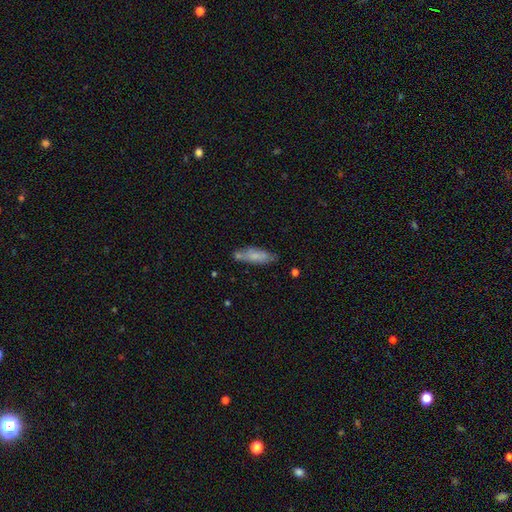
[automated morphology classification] Q: Smooth or featured?
A: smooth (70%); runner-up: featured or disk (23%)
Q: How rounded?
A: in between (52%); runner-up: cigar-shaped (46%)
Q: Merging?
A: none (59%); runner-up: minor disturbance (23%)